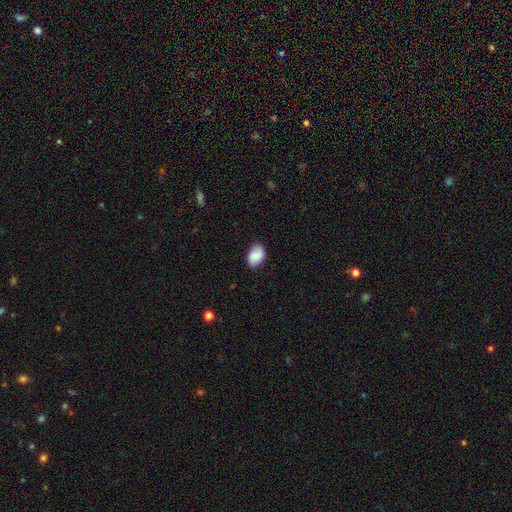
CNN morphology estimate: Smooth or featured: smooth — 83% (featured or disk — 10%)
How rounded: in between — 84% (round — 15%)
Merging: none — 82% (minor disturbance — 14%)